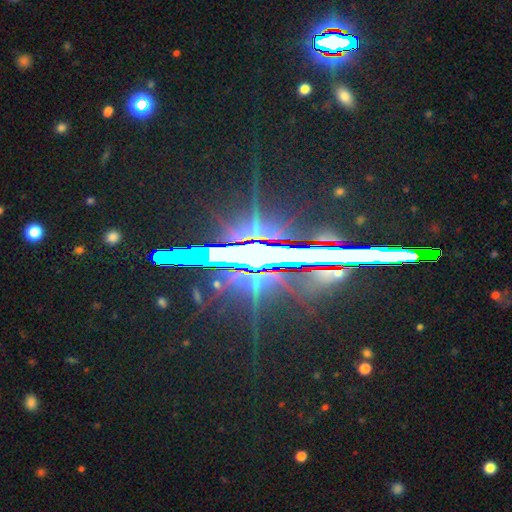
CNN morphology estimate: Smooth or featured? Predicted: star or artifact (p=0.78).